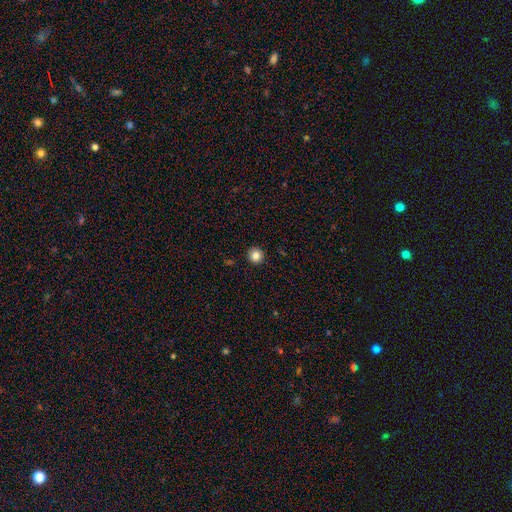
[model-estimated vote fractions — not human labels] Smooth or featured: smooth — 84% (star or artifact — 11%)
How rounded: round — 96% (in between — 3%)
Merging: none — 93% (minor disturbance — 4%)